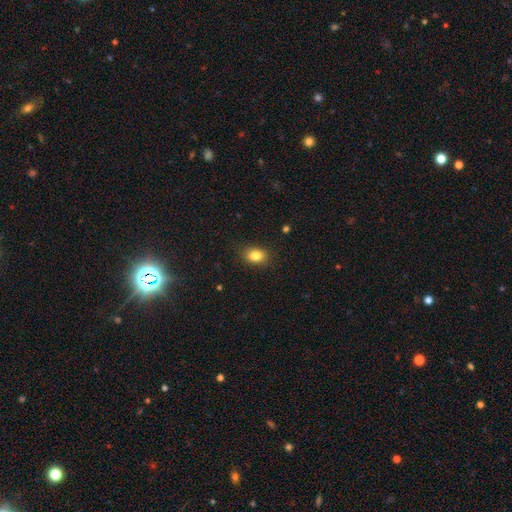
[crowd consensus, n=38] This is clearly a smooth galaxy (87%). How rounded: likely in between (67%). Merging: clearly none (89%).